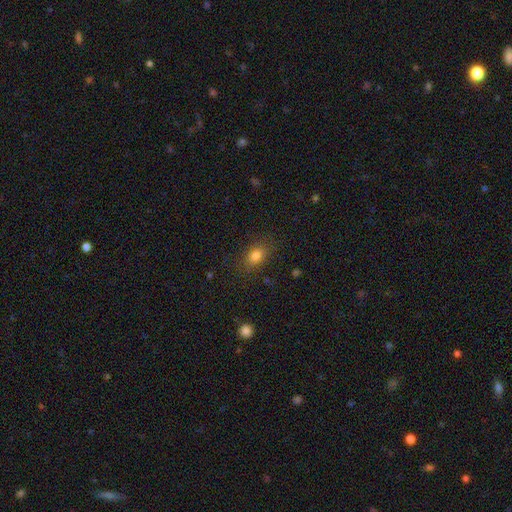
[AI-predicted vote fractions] Smooth or featured: smooth — 81% (star or artifact — 11%)
How rounded: in between — 76% (round — 22%)
Merging: none — 82% (minor disturbance — 12%)